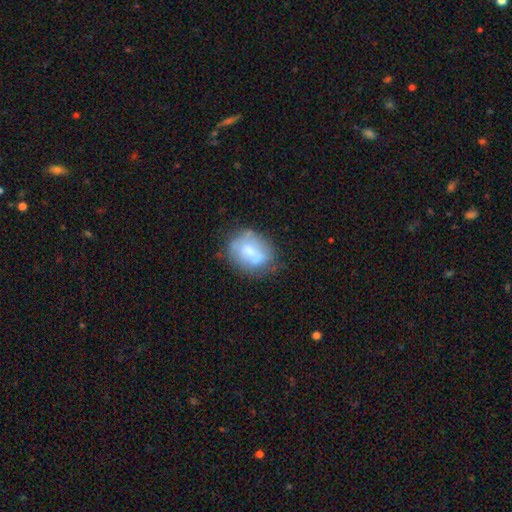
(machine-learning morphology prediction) type=smooth (56%); roundness=in between (57%); merging=none (50%).